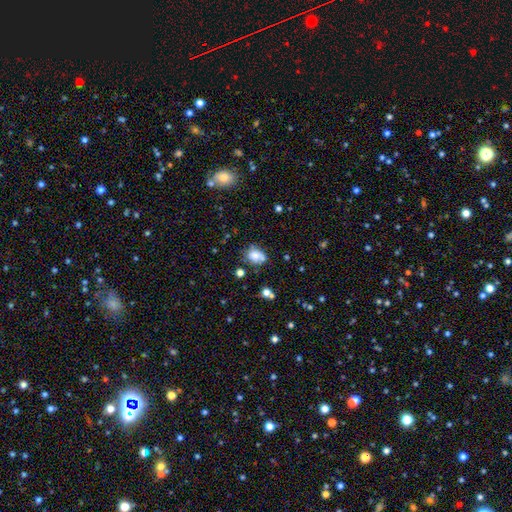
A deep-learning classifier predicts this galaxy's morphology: type=smooth (71%); roundness=in between (53%); merging=none (52%).